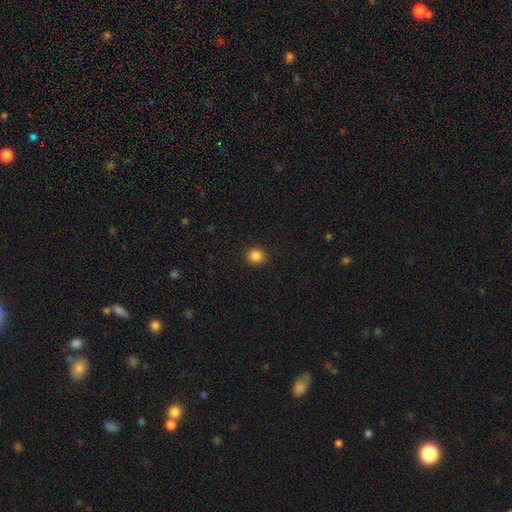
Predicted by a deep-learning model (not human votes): Smooth or featured: smooth — 85% (star or artifact — 11%)
How rounded: round — 83% (in between — 16%)
Merging: none — 91% (minor disturbance — 7%)